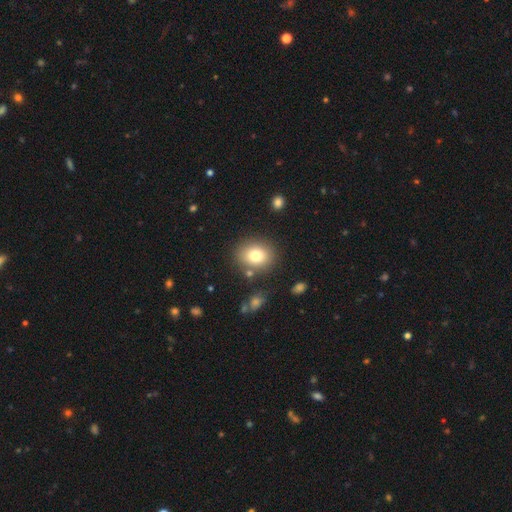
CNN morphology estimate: Overall: smooth (77%). How rounded: round (63%; in between 36%). Merging: none (81%).